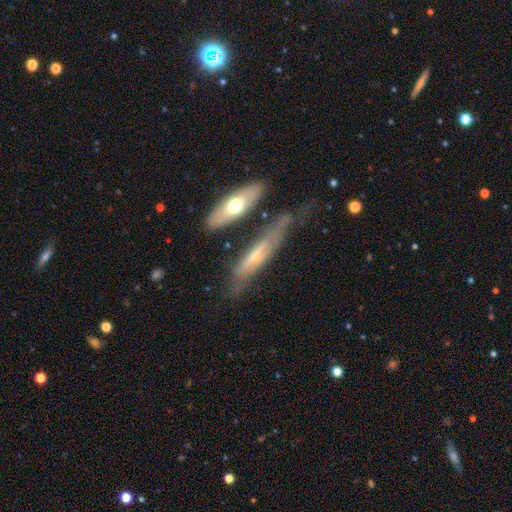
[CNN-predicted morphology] Smooth or featured? Predicted: featured or disk (p=0.61). Edge-on disk? Predicted: yes (p=0.61). Merging? Predicted: none (p=0.46).